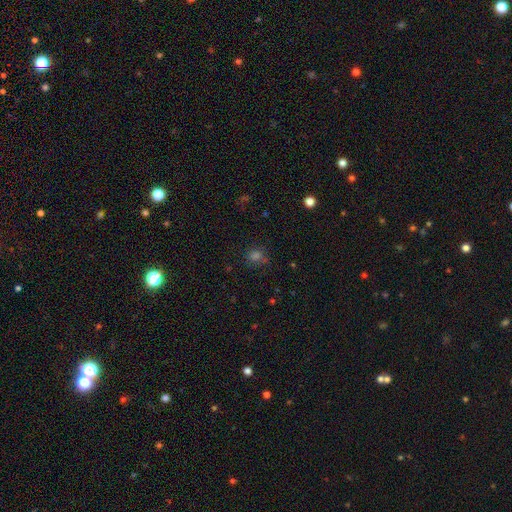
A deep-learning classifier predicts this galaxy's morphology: smooth_or_featured: smooth (p=0.63) [alt: star or artifact p=0.30]
how_rounded: round (p=0.79) [alt: in between p=0.20]
merging: none (p=0.76) [alt: minor disturbance p=0.15]